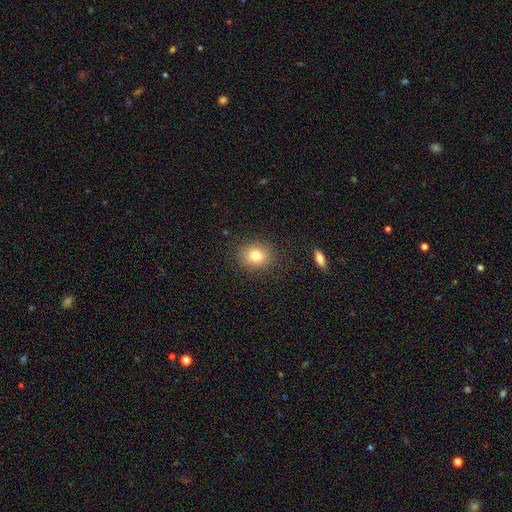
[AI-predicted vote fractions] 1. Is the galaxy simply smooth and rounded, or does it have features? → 80% smooth, 11% star or artifact, 9% featured or disk.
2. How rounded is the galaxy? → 67% round, 32% in between, 1% cigar-shaped.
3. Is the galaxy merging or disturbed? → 87% none, 8% minor disturbance, 3% major disturbance, 1% merger.